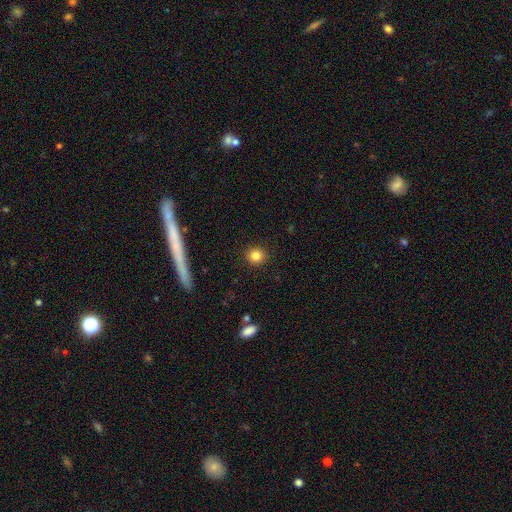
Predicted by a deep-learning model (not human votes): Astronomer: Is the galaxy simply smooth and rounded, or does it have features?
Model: smooth — 83%.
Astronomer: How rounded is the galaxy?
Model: round — 91%.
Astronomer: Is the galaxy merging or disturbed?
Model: none — 92%.